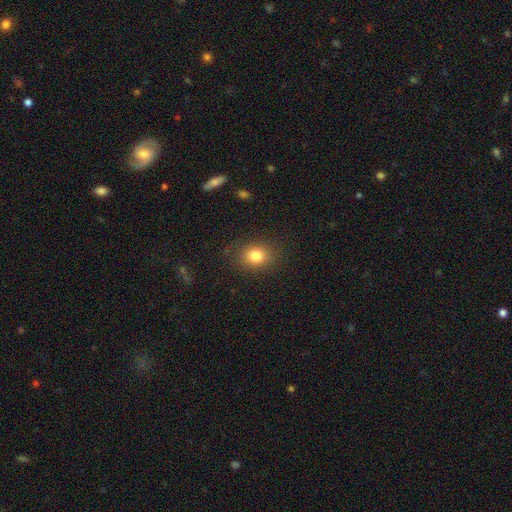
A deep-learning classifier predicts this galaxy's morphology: Smooth or featured? Predicted: smooth (p=0.81). How rounded? Predicted: round (p=0.55). Merging? Predicted: none (p=0.84).